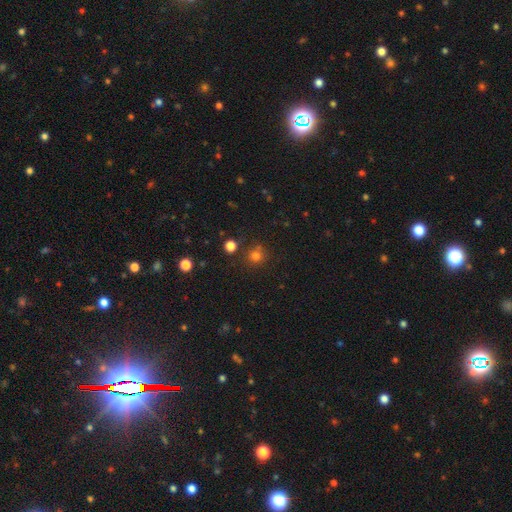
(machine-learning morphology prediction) Overall: smooth (75%). How rounded: round (90%). Merging: none (76%).